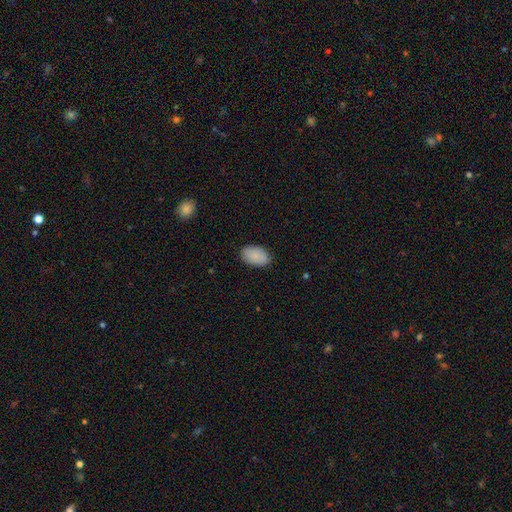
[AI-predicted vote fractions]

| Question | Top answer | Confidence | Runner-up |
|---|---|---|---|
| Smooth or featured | smooth | 88% | star or artifact (6%) |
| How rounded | in between | 93% | round (6%) |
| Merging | none | 85% | minor disturbance (11%) |